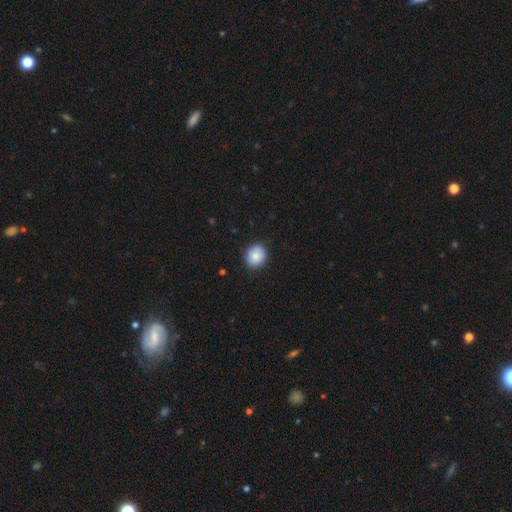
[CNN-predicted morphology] smooth_or_featured: smooth (p=0.84) [alt: featured or disk p=0.08]
how_rounded: round (p=0.77) [alt: in between p=0.22]
merging: none (p=0.87) [alt: minor disturbance p=0.10]